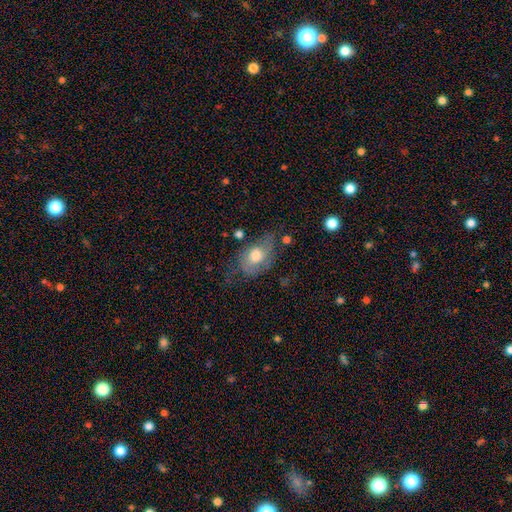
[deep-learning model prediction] smooth-or-featured: smooth: 49% | featured or disk: 43% | star or artifact: 8%
  merging: none: 41% | minor disturbance: 31% | major disturbance: 24% | merger: 4%